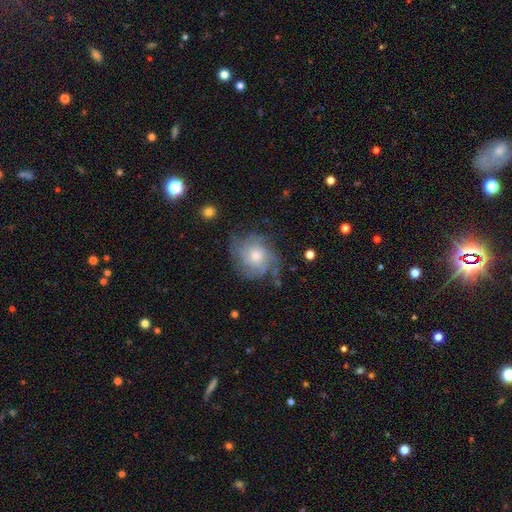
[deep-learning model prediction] Morphology: type=featured or disk (70%); edge-on=no (97%); bar=no (82%); spiral arms=yes (89%); winding=tight (58%); arm count=can't tell (43%); bulge=moderate (61%); merging=none (70%).